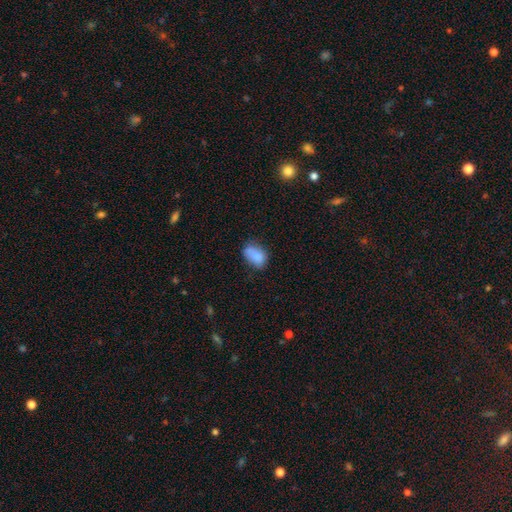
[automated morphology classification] A smooth galaxy with no disk features (79%) that is in between round and cigar-shaped (82%). Merging: none (54%).